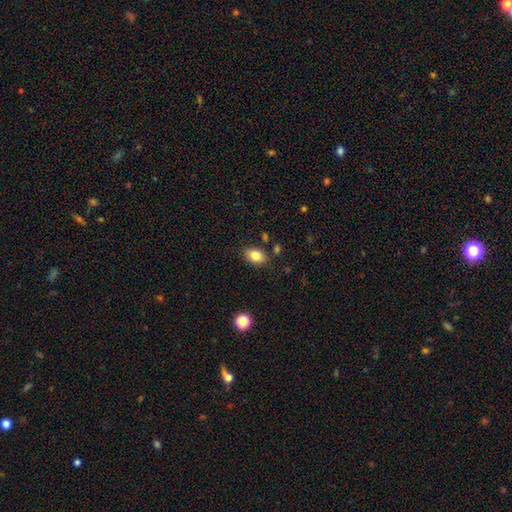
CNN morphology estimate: This appears to be a smooth galaxy with no disk features (82%) that is in between round and cigar-shaped (83%). Merging: none (82%).